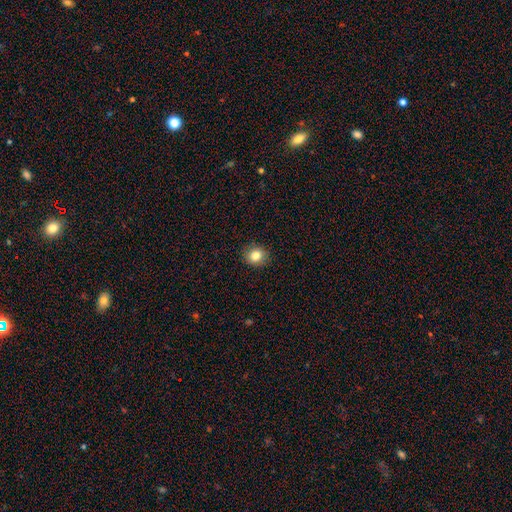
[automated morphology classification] smooth 82%, star or artifact 11%, featured or disk 7%. Down the decision tree: how rounded — round (75%); merging — none (90%).